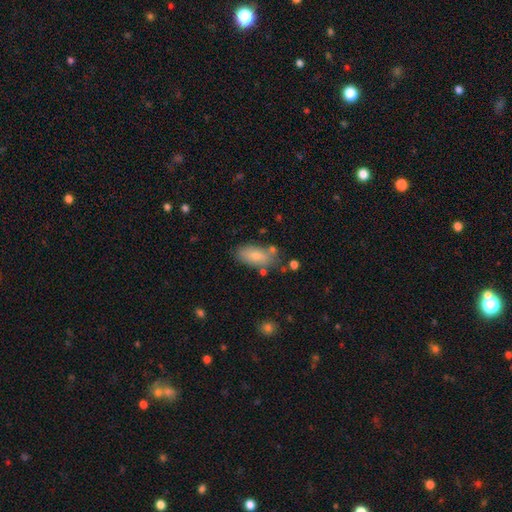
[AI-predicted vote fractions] This is likely a smooth galaxy (77%). How rounded: clearly in between (89%). Merging: likely none (67%).